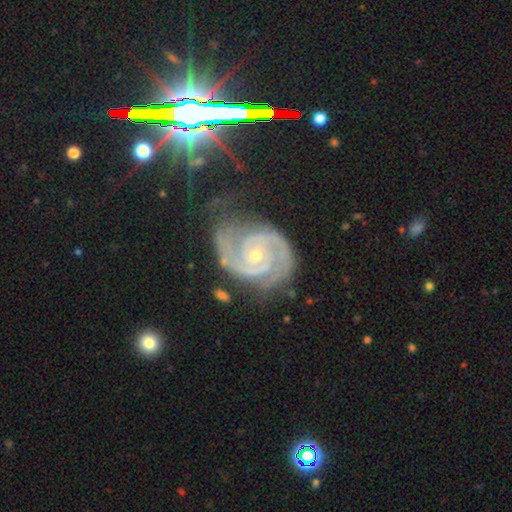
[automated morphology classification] A featured or disk galaxy (92%) with no bar (66%), 2 (75%) tight (60%) spiral arms (98%) and a small central bulge (67%).

Vote fractions:
- Smooth or featured? featured or disk: 92% / star or artifact: 5% / smooth: 3%
- Edge-on disk? no: 98% / yes: 2%
- Bar? no: 66% / weak: 25% / strong: 9%
- Spiral arms? yes: 98% / no: 2%
- Spiral winding? tight: 60% / medium: 35% / loose: 5%
- Spiral arm count? 2: 75% / 3: 11% / can't tell: 6% / 1: 3% / 4: 3% / more than 4: 3%
- Bulge size? small: 67% / moderate: 30% / large: 1% / none: 1% / dominant: 1%
- Merging? none: 60% / minor disturbance: 24% / major disturbance: 12% / merger: 3%